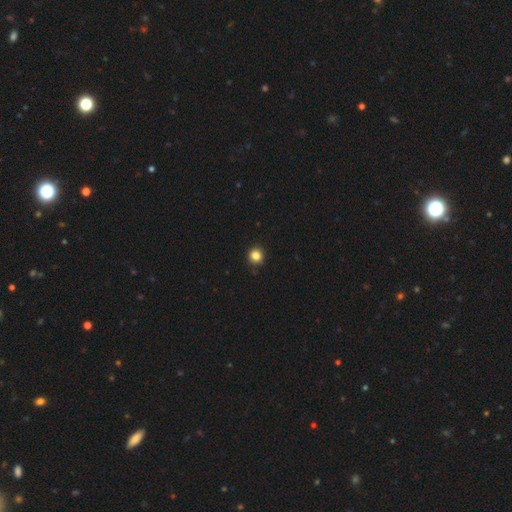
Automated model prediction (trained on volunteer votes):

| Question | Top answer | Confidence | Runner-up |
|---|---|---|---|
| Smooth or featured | smooth | 84% | star or artifact (12%) |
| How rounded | round | 91% | in between (8%) |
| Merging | none | 90% | minor disturbance (7%) |